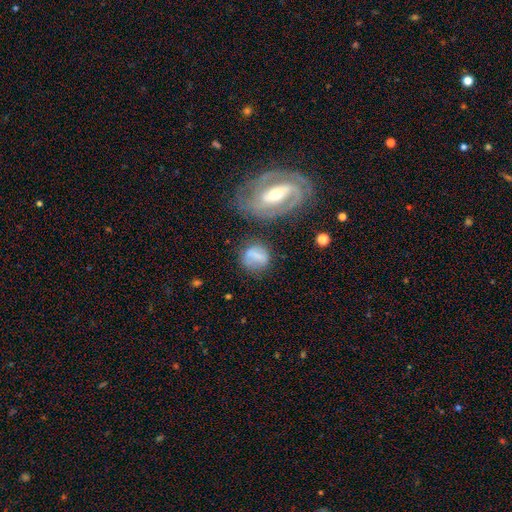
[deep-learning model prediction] Morphology: type=smooth (57%); roundness=round (63%); merging=none (57%).